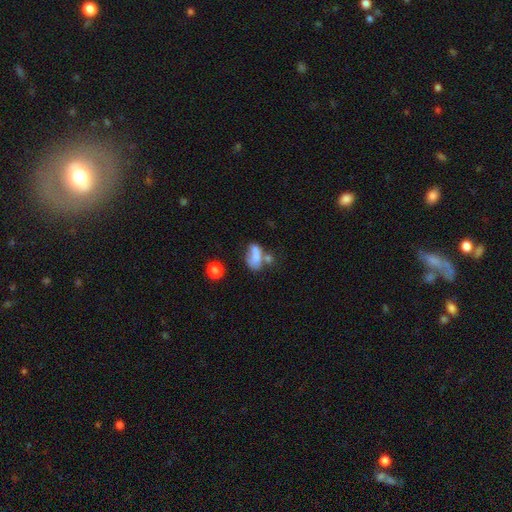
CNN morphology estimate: type=smooth (63%); roundness=in between (80%); merging=merger (38%).